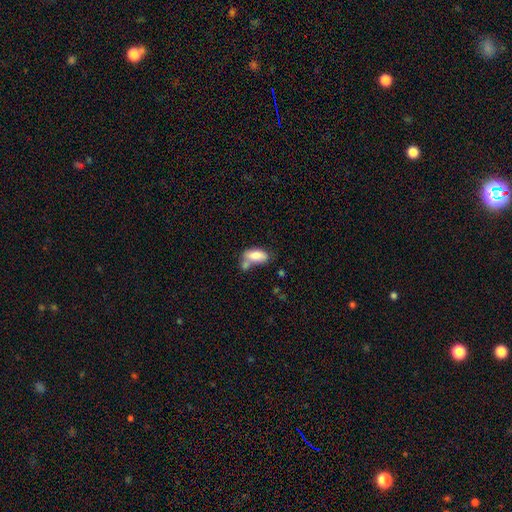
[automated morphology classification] Smooth or featured: smooth — 82% (featured or disk — 11%)
How rounded: in between — 91% (cigar-shaped — 6%)
Merging: merger — 38% (none — 36%)